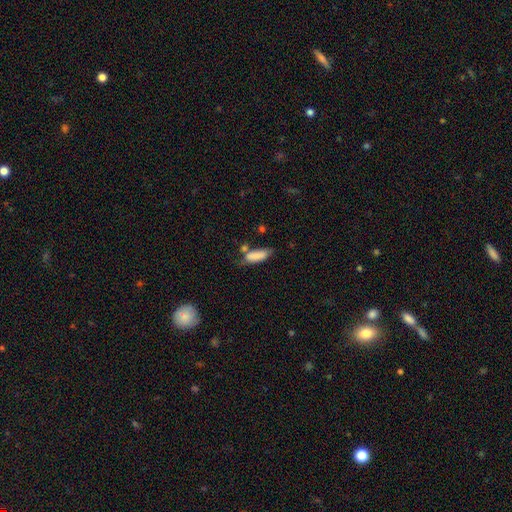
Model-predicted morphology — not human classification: type=smooth (83%); roundness=in between (62%); merging=none (45%).